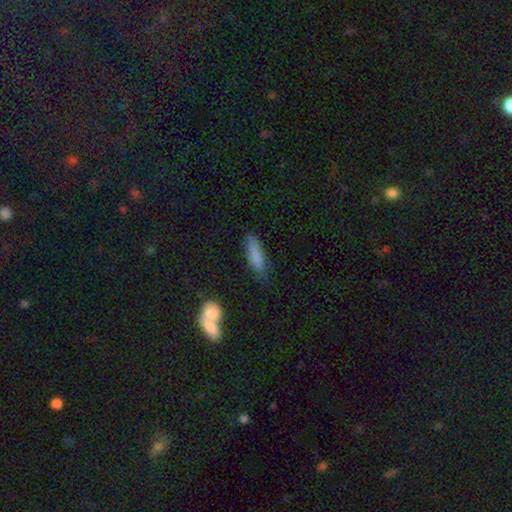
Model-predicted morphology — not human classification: This appears to be a smooth galaxy with no disk features (83%) that is cigar-shaped (61%). Merging: none (72%).